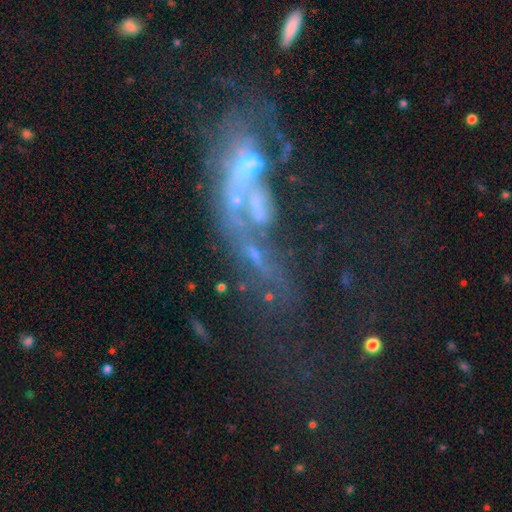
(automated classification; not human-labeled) featured or disk 50%, star or artifact 28%, smooth 21%. Down the decision tree: edge-on disk — no (86%); merging — merger (44%).